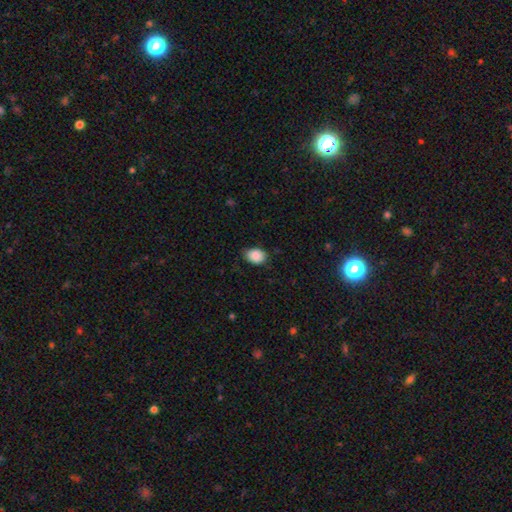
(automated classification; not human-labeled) Smooth or featured? Predicted: smooth (p=0.89). How rounded? Predicted: in between (p=0.71). Merging? Predicted: none (p=0.75).